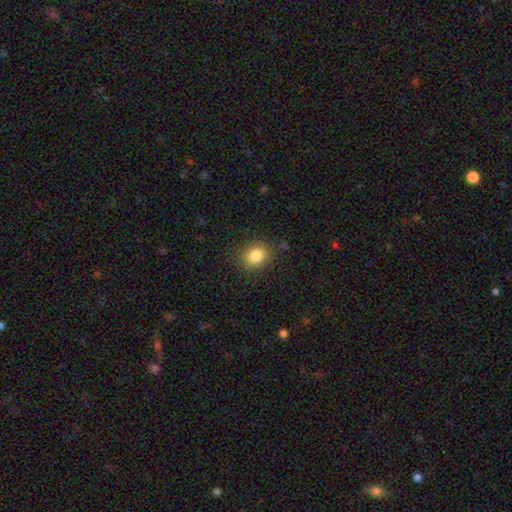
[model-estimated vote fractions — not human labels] A smooth galaxy with no disk features (84%) that is round (58%).

Vote fractions:
- Smooth or featured? smooth: 84% / star or artifact: 10% / featured or disk: 6%
- How rounded? round: 58% / in between: 41% / cigar-shaped: 1%
- Merging? none: 85% / minor disturbance: 11% / major disturbance: 3% / merger: 1%